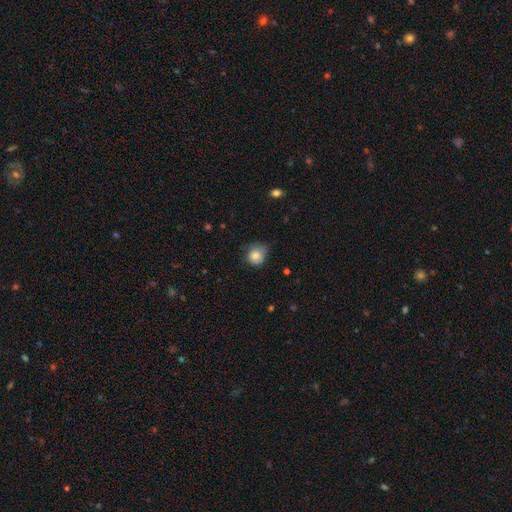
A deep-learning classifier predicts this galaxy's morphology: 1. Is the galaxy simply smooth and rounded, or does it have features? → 82% smooth, 9% featured or disk, 9% star or artifact.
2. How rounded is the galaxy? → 78% round, 21% in between, 1% cigar-shaped.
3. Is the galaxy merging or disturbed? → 53% none, 35% minor disturbance, 10% major disturbance, 2% merger.